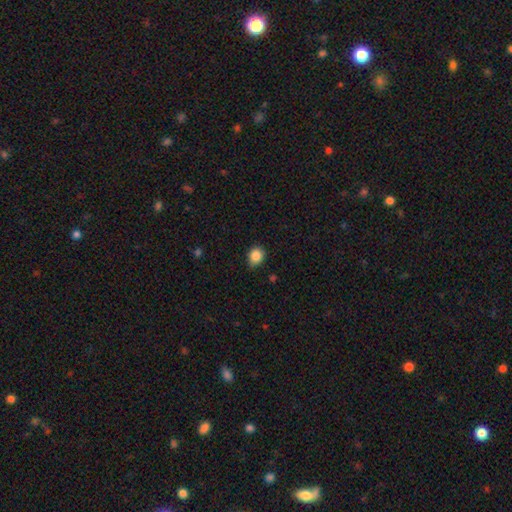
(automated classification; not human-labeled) A smooth galaxy with no disk features (86%) that is round (67%).

Vote fractions:
- Smooth or featured? smooth: 86% / star or artifact: 10% / featured or disk: 4%
- How rounded? round: 67% / in between: 32% / cigar-shaped: 1%
- Merging? none: 78% / minor disturbance: 18% / major disturbance: 3% / merger: 1%